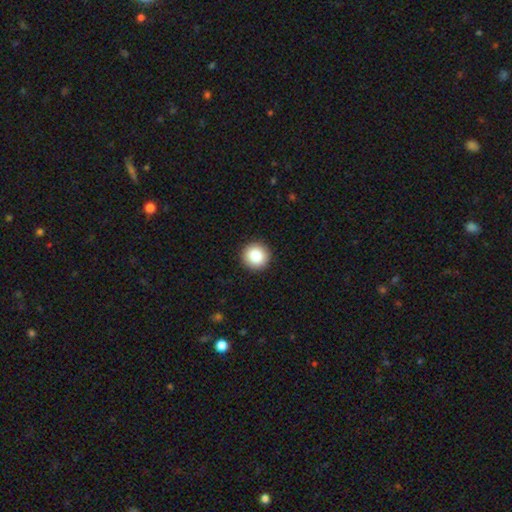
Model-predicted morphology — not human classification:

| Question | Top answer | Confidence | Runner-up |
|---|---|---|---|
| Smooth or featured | smooth | 86% | star or artifact (9%) |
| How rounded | round | 95% | in between (4%) |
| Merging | none | 93% | minor disturbance (4%) |